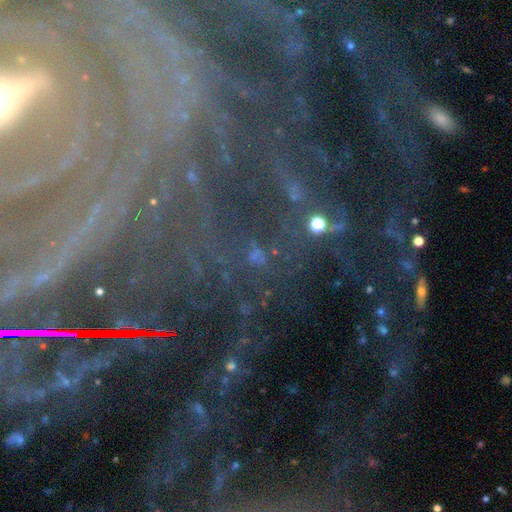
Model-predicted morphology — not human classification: A star or artifact, not a galaxy (67%).